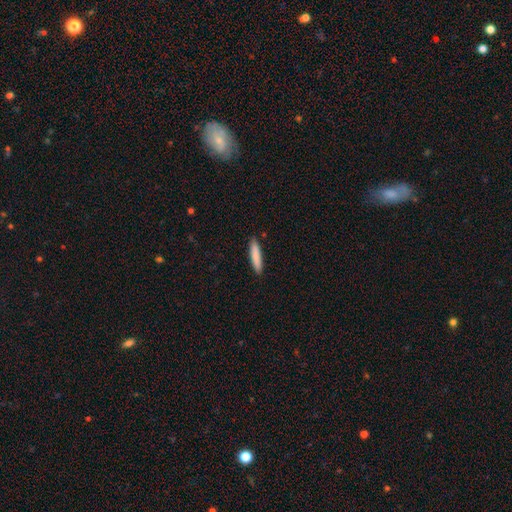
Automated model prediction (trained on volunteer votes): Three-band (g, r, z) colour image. It shows a smooth galaxy with no disk features (85%) that is cigar-shaped (86%). Merging: none (89%).